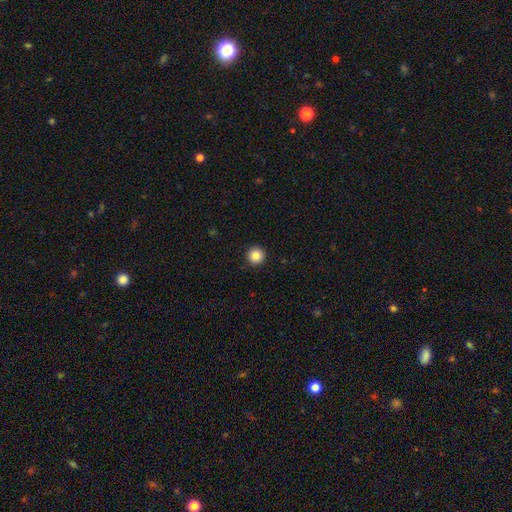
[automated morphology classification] Smooth or featured? Predicted: smooth (p=0.84). How rounded? Predicted: round (p=0.96). Merging? Predicted: none (p=0.93).